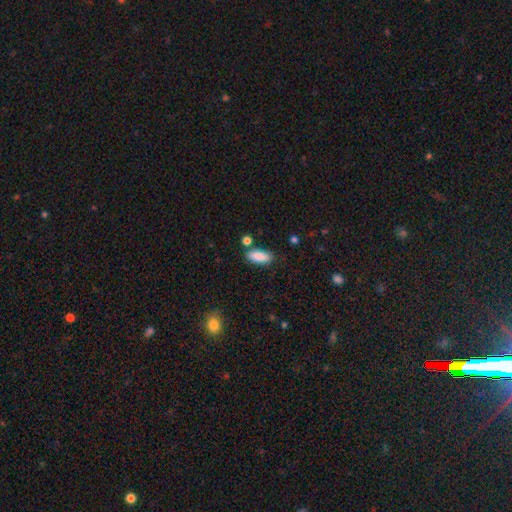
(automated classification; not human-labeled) The model was most divided on "merging": none: 78%, minor disturbance: 13%, merger: 6%, major disturbance: 3%. More confident: smooth or featured — smooth (88%); how rounded — in between (83%).